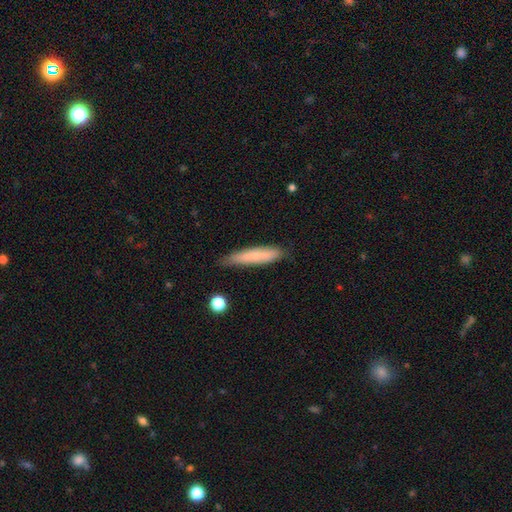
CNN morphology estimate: Smooth or featured? smooth (71%)
How rounded? cigar-shaped (87%)
Merging? none (79%)